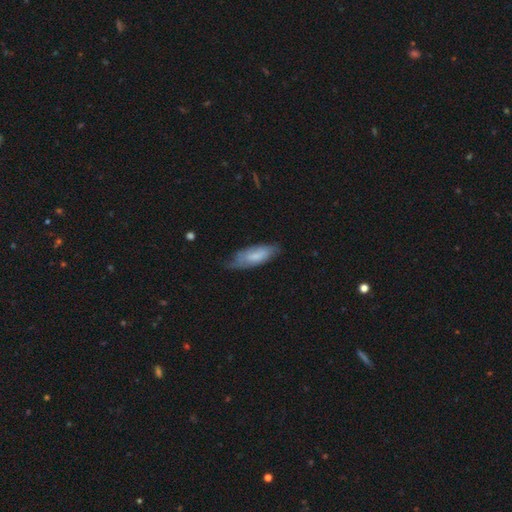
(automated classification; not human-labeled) Smooth or featured?
  - smooth: 65% *
  - featured or disk: 29%
  - star or artifact: 6%
How rounded?
  - in between: 69% *
  - cigar-shaped: 29%
  - round: 2%
Merging?
  - none: 60% *
  - minor disturbance: 31%
  - major disturbance: 8%
  - merger: 2%